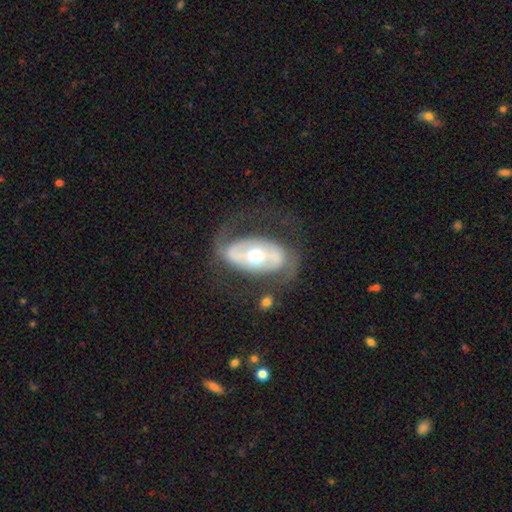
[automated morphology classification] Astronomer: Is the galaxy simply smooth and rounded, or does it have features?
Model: featured or disk — 76%.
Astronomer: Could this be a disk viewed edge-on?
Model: no — 93%.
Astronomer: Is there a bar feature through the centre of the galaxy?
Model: no — 42% (runner-up: strong, 32%).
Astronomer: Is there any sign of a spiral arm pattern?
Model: yes — 71%.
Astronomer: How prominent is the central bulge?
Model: moderate — 72%.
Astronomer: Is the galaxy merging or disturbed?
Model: none — 59%.